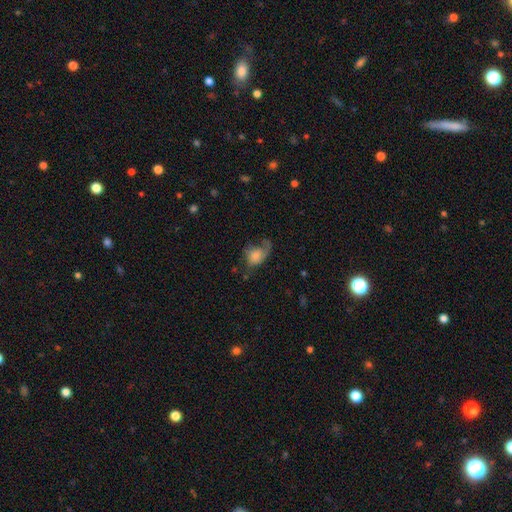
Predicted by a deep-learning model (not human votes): smooth 51%, featured or disk 40%, star or artifact 9%. Down the decision tree: how rounded — in between (70%); merging — major disturbance (39%).